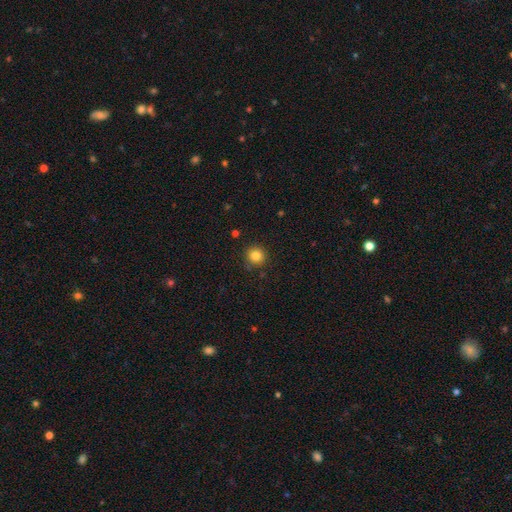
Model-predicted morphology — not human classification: A smooth galaxy with no disk features (83%) that is round (94%).

Vote fractions:
- Smooth or featured? smooth: 83% / star or artifact: 11% / featured or disk: 5%
- How rounded? round: 94% / in between: 5% / cigar-shaped: 1%
- Merging? none: 89% / minor disturbance: 7% / major disturbance: 2% / merger: 2%